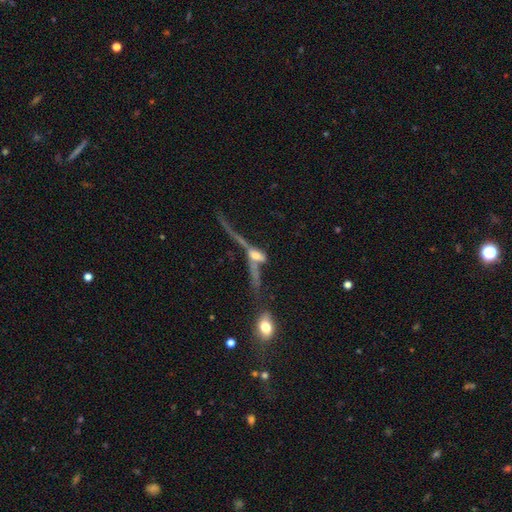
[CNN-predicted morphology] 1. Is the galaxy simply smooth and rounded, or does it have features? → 56% featured or disk, 28% smooth, 16% star or artifact.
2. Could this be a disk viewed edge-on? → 63% yes, 37% no.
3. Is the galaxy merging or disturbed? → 33% merger, 27% major disturbance, 27% none, 13% minor disturbance.